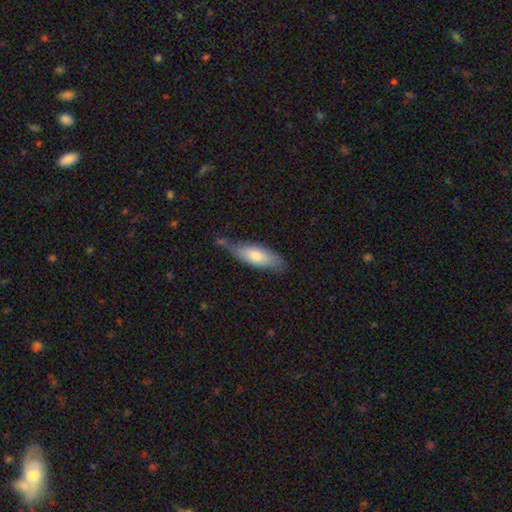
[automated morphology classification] Smooth or featured? smooth (69%)
How rounded? in between (59%)
Merging? none (58%)